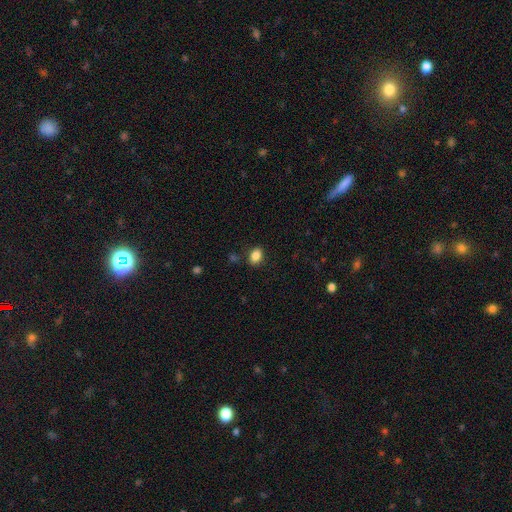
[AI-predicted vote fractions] This is clearly a smooth galaxy (86%). How rounded: clearly in between (81%). Merging: clearly none (85%).